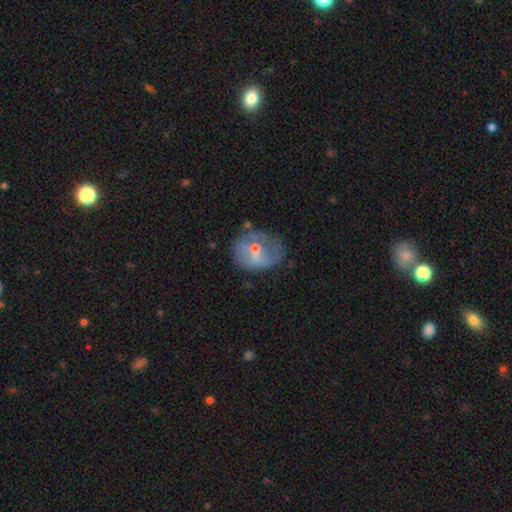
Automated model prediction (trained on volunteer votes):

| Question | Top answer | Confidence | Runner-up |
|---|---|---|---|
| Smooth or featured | featured or disk | 50% | smooth (41%) |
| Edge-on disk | no | 96% | yes (4%) |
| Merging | none | 45% | minor disturbance (29%) |